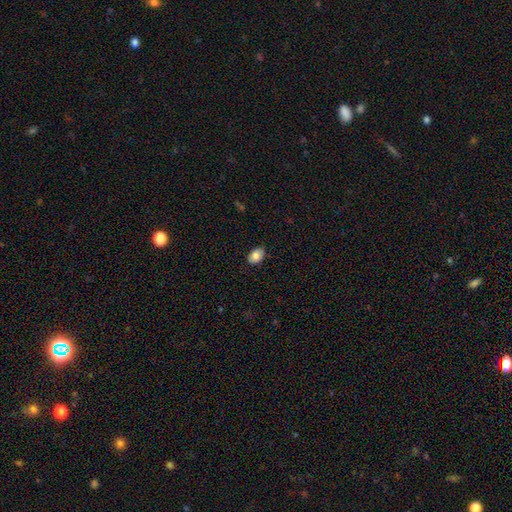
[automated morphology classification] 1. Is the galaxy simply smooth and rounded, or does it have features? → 84% smooth, 9% featured or disk, 8% star or artifact.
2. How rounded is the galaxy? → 84% in between, 14% round, 1% cigar-shaped.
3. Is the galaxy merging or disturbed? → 85% none, 12% minor disturbance, 2% major disturbance, 1% merger.